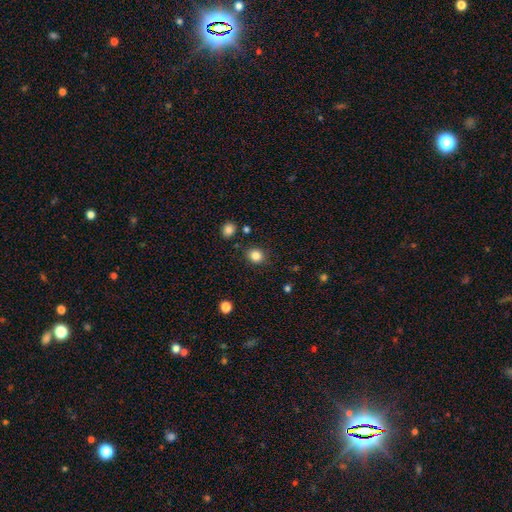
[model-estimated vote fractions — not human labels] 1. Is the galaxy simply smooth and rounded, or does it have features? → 84% smooth, 11% star or artifact, 5% featured or disk.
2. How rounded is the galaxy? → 76% round, 23% in between, 1% cigar-shaped.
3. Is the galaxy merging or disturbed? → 85% none, 9% minor disturbance, 3% major disturbance, 3% merger.